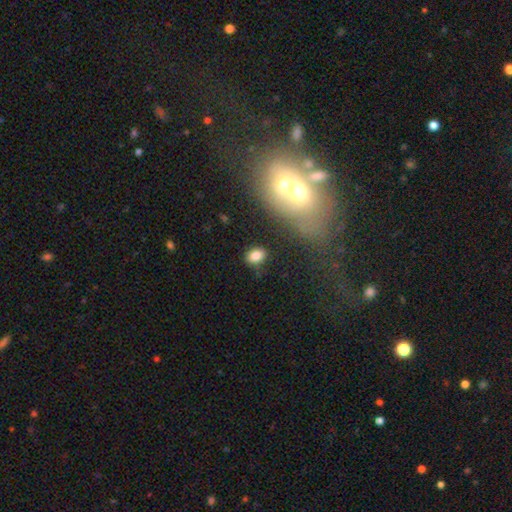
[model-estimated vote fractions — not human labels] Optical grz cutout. It shows a smooth galaxy with no disk features (82%) that is in between round and cigar-shaped (71%). Merging: none (80%).